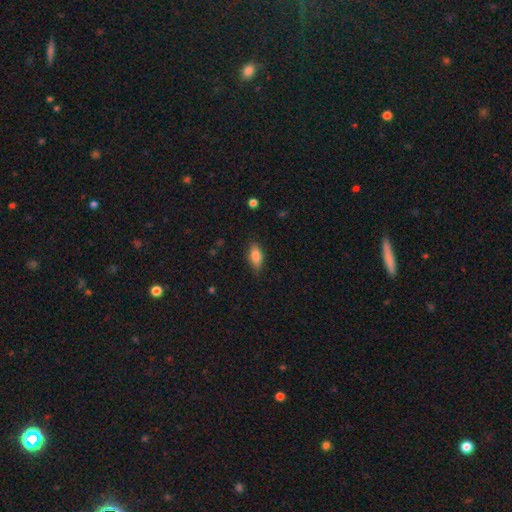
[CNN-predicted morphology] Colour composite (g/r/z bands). It shows a smooth galaxy with no disk features (82%) that is in between round and cigar-shaped (83%). Merging: none (83%).